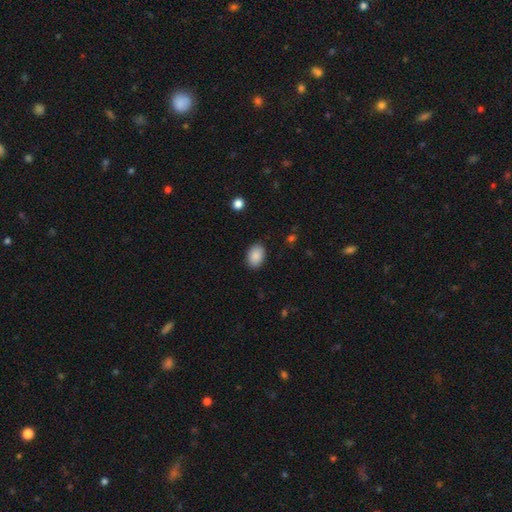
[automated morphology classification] smooth 89%, star or artifact 7%, featured or disk 3%. Down the decision tree: how rounded — in between (80%); merging — none (87%).